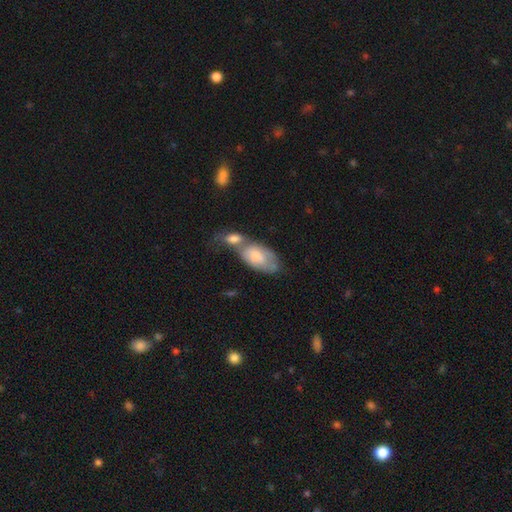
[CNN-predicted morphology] smooth-or-featured: smooth: 59% | featured or disk: 35% | star or artifact: 7%
  how-rounded: in between: 92% | cigar-shaped: 4% | round: 4%
  merging: merger: 56% | none: 22% | minor disturbance: 14% | major disturbance: 8%